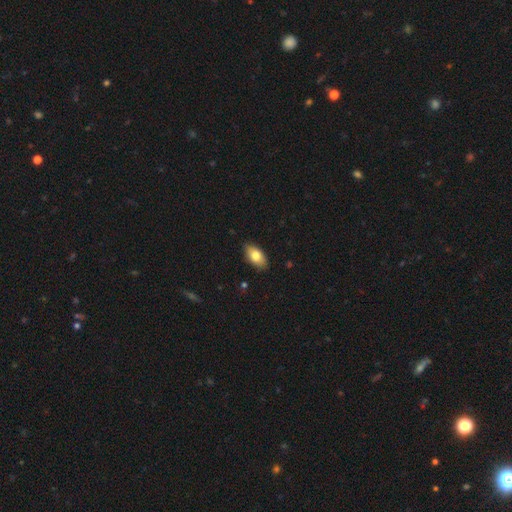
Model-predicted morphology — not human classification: Smooth or featured: smooth — 78% (featured or disk — 15%)
How rounded: in between — 92% (round — 4%)
Merging: none — 87% (minor disturbance — 10%)